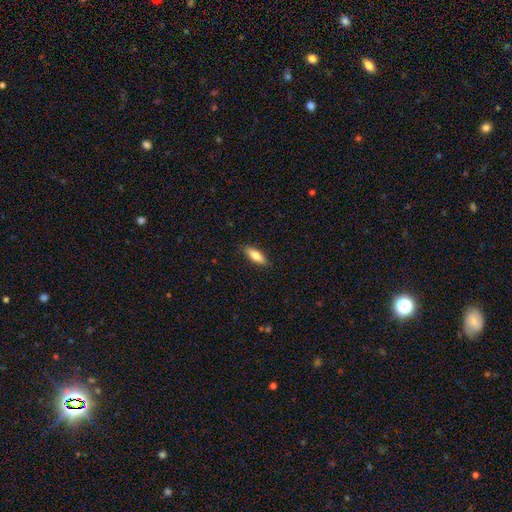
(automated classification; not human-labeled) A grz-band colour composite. It shows a smooth galaxy with no disk features (75%) that is in between round and cigar-shaped (63%). Merging: none (87%).